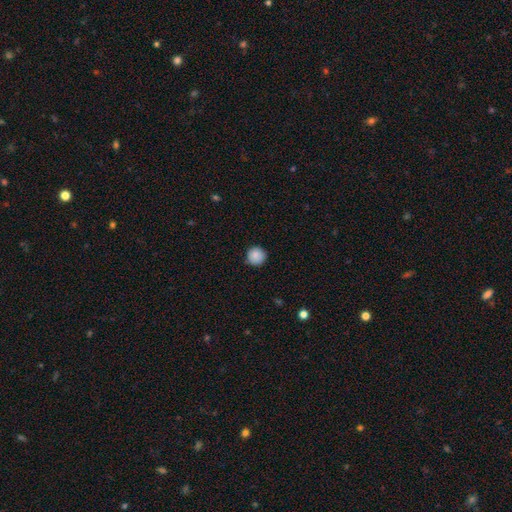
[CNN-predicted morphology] This appears to be a smooth galaxy with no disk features (87%) that is round (95%). Merging: none (88%).